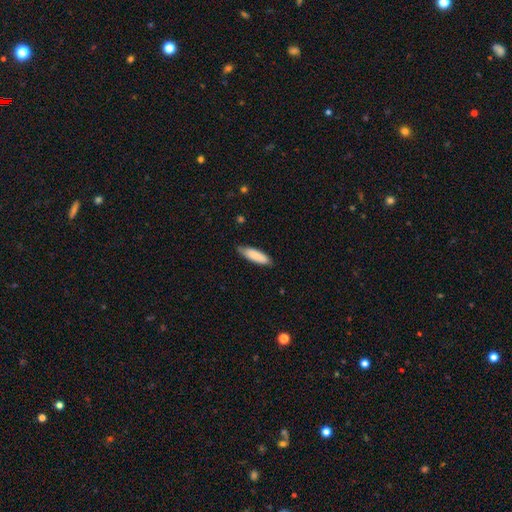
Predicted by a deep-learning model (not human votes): smooth 85%, featured or disk 10%, star or artifact 5%. Down the decision tree: how rounded — cigar-shaped (57%); merging — none (80%).